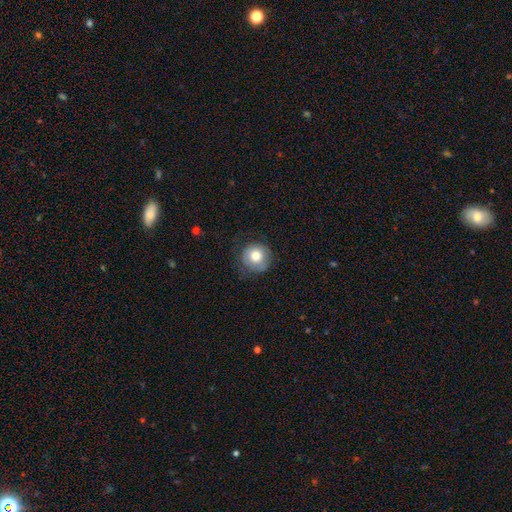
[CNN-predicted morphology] type=smooth (72%); roundness=round (93%); merging=none (71%).